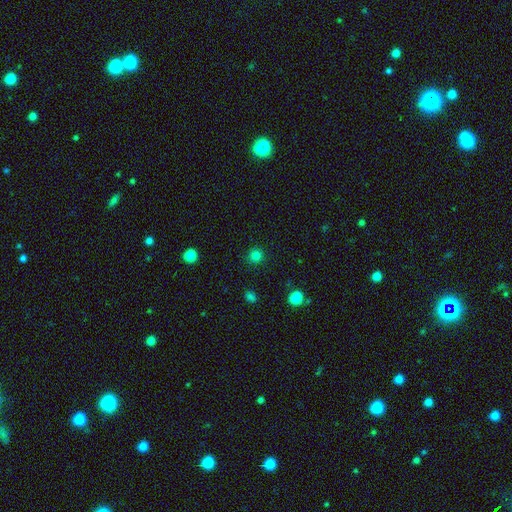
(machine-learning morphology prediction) smooth-or-featured: smooth: 81% | star or artifact: 14% | featured or disk: 5%
  how-rounded: round: 94% | in between: 5% | cigar-shaped: 1%
  merging: none: 91% | minor disturbance: 6% | major disturbance: 2% | merger: 1%